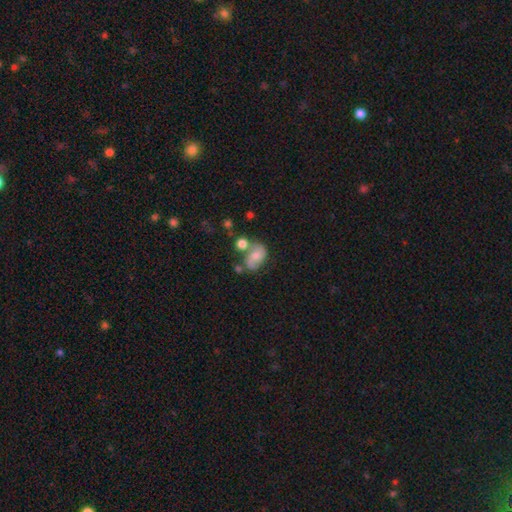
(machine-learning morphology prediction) A smooth galaxy with no disk features (48%). Merging: none (42%).